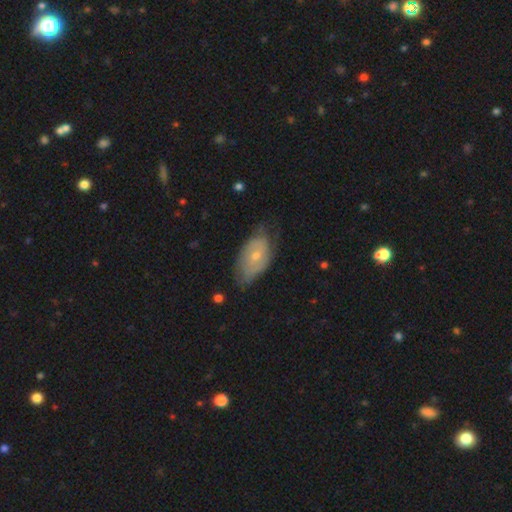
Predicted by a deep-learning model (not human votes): smooth-or-featured: featured or disk: 54% | smooth: 40% | star or artifact: 7%
  disk-edge-on: no: 92% | yes: 8%
  merging: none: 55% | minor disturbance: 34% | major disturbance: 9% | merger: 2%